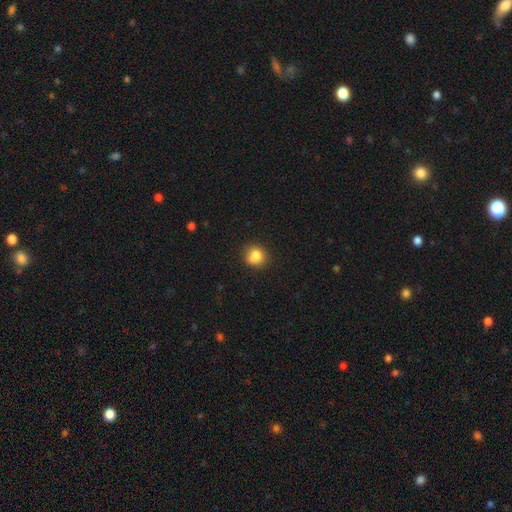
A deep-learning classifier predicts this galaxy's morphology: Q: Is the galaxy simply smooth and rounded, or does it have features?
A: smooth — 81%.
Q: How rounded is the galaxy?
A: round — 80%.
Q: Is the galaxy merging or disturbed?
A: none — 67%.